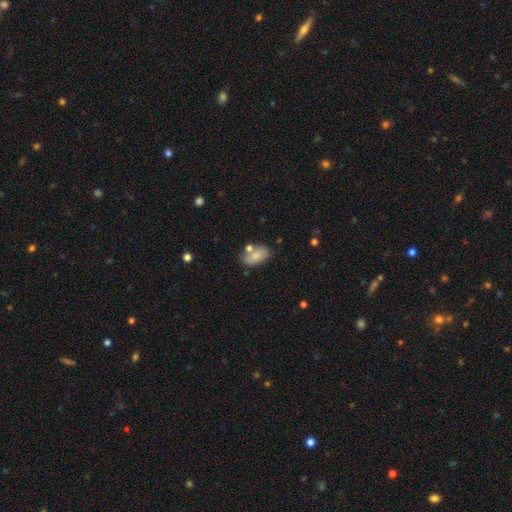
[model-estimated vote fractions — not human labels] Smooth or featured? Predicted: smooth (p=0.78). How rounded? Predicted: in between (p=0.91). Merging? Predicted: none (p=0.67).